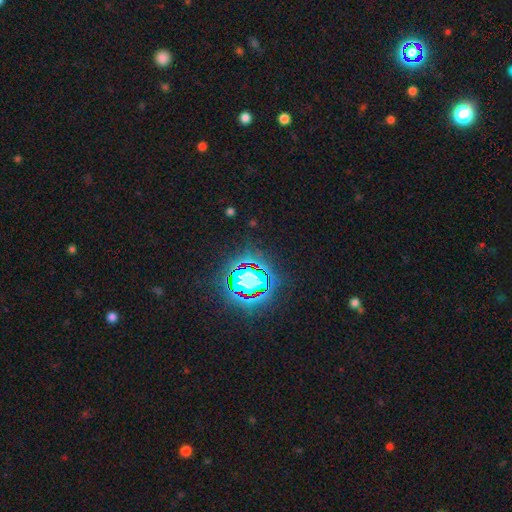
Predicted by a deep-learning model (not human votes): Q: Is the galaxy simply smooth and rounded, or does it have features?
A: star or artifact — 85%.